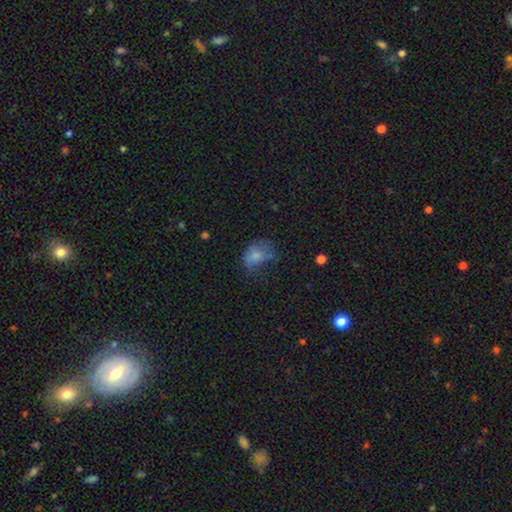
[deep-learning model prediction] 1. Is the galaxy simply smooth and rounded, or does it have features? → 69% smooth, 17% featured or disk, 14% star or artifact.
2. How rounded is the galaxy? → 73% in between, 26% round, 1% cigar-shaped.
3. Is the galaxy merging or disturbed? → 32% major disturbance (tied), 32% none (tied), 30% minor disturbance, 5% merger.